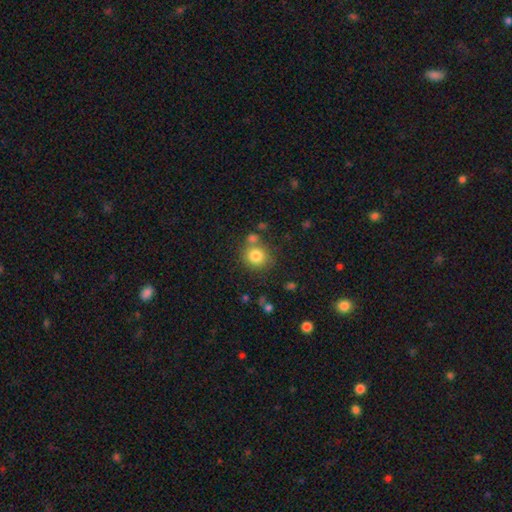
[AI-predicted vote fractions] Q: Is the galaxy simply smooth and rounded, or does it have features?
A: smooth — 81%.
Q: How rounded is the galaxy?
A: round — 87%.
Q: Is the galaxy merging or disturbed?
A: none — 68%.